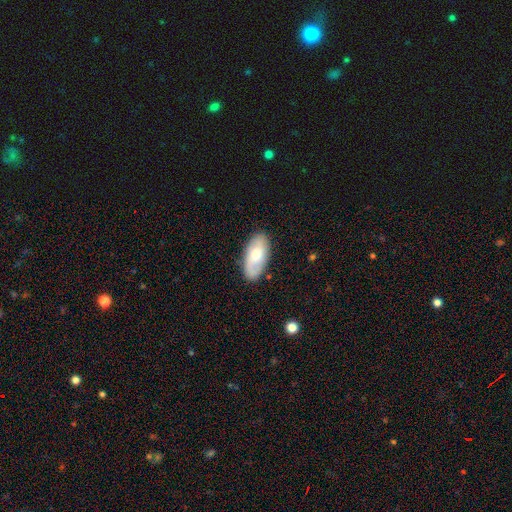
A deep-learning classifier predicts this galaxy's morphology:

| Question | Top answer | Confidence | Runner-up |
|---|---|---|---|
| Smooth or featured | smooth | 58% | featured or disk (36%) |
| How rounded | in between | 93% | cigar-shaped (5%) |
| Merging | none | 82% | minor disturbance (13%) |